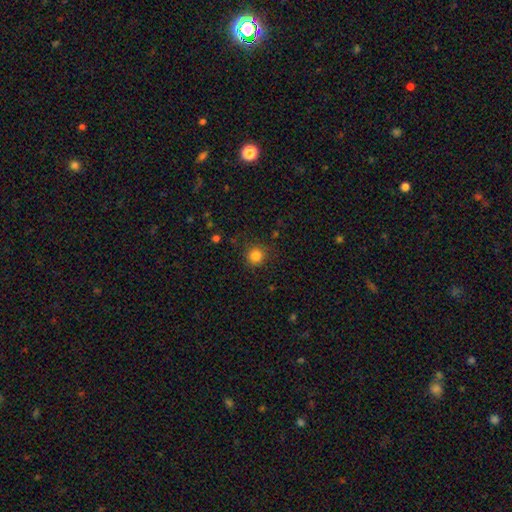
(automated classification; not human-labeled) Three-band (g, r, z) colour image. It shows a smooth galaxy with no disk features (84%) that is round (93%). Merging: none (87%).